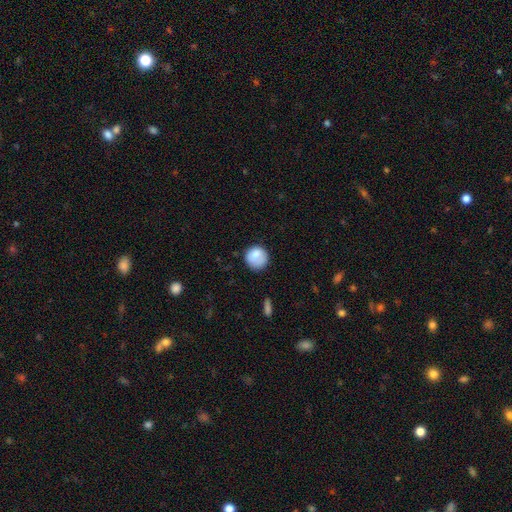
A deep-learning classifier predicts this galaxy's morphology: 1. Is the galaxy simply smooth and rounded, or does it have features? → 83% smooth, 9% featured or disk, 8% star or artifact.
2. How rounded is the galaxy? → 90% round, 9% in between, 1% cigar-shaped.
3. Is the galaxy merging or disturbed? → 74% none, 18% minor disturbance, 5% major disturbance, 2% merger.